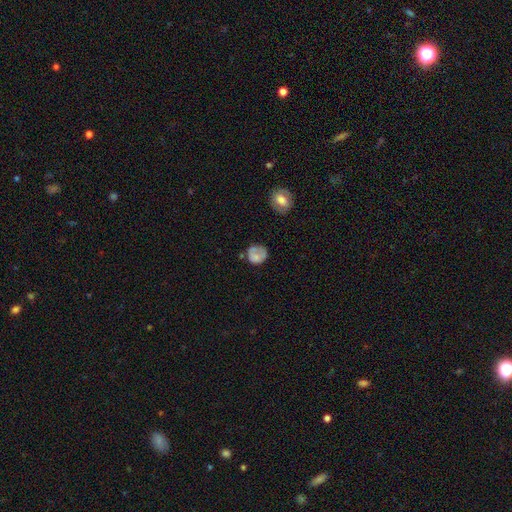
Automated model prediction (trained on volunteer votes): This appears to be a smooth galaxy with no disk features (69%) that is round (77%). Merging: none (53%).